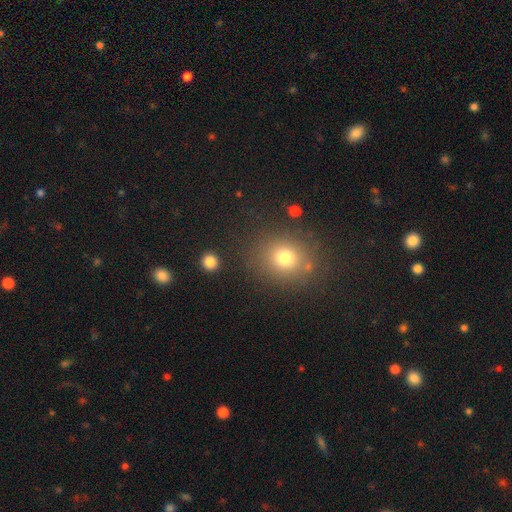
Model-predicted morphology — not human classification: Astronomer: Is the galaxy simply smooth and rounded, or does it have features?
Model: smooth — 65%.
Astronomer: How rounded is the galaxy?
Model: round — 76%.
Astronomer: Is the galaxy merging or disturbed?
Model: none — 89%.